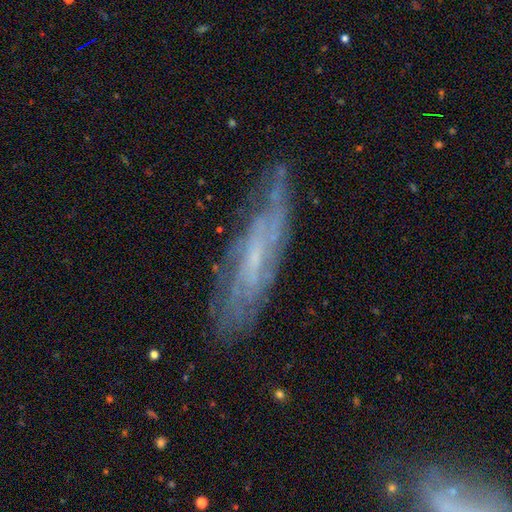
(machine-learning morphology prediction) This appears to be a featured or disk galaxy (70%). Merging: none (71%).